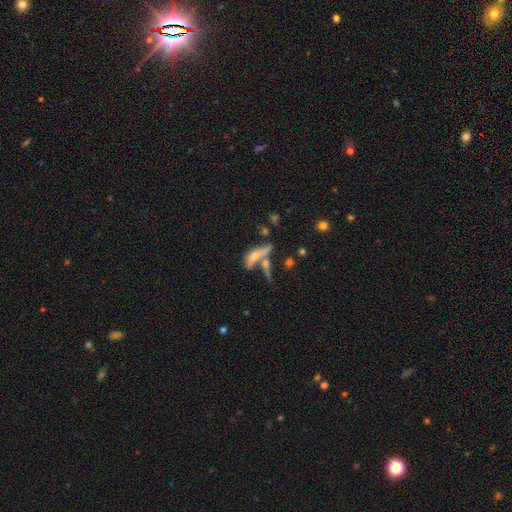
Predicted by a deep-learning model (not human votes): smooth 50%, featured or disk 39%, star or artifact 10%. Down the decision tree: how rounded — cigar-shaped (56%); merging — merger (43%).